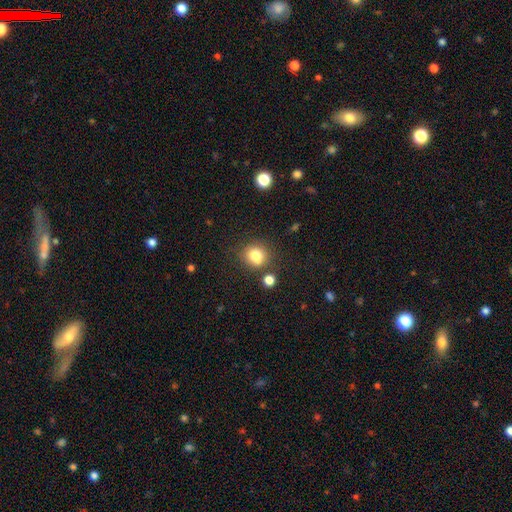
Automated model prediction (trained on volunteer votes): Q: Smooth or featured?
A: smooth (80%); runner-up: star or artifact (12%)
Q: How rounded?
A: round (81%); runner-up: in between (18%)
Q: Merging?
A: none (73%); runner-up: minor disturbance (12%)